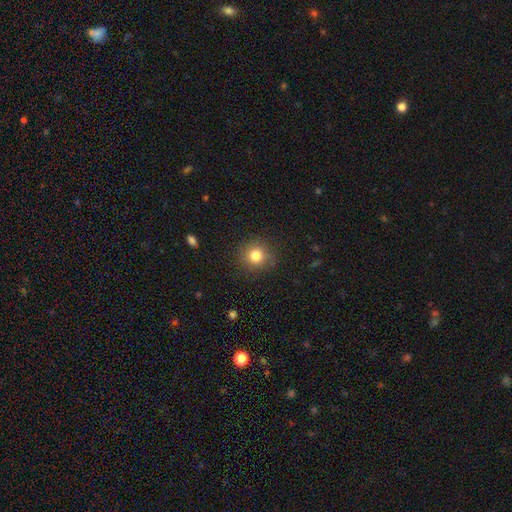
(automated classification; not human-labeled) Q: Smooth or featured?
A: smooth (81%); runner-up: star or artifact (12%)
Q: How rounded?
A: round (92%); runner-up: in between (7%)
Q: Merging?
A: none (87%); runner-up: minor disturbance (9%)